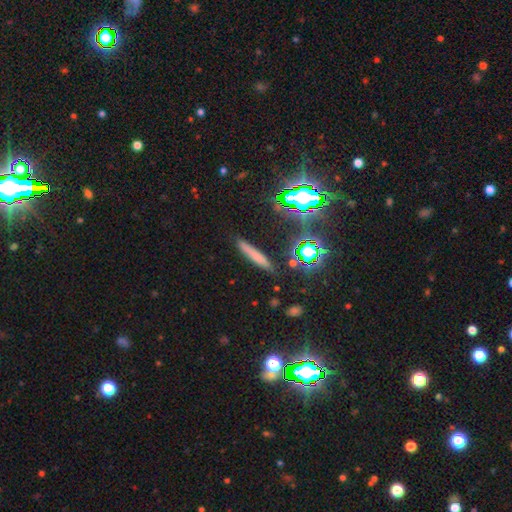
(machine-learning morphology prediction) type=smooth (62%); roundness=cigar-shaped (91%); merging=none (86%).